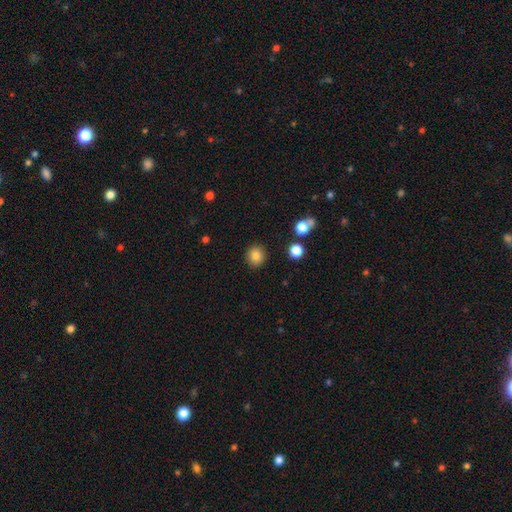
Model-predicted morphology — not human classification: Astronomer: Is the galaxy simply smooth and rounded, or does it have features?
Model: smooth — 84%.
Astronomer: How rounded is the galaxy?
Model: round — 88%.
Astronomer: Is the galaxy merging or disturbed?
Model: none — 90%.